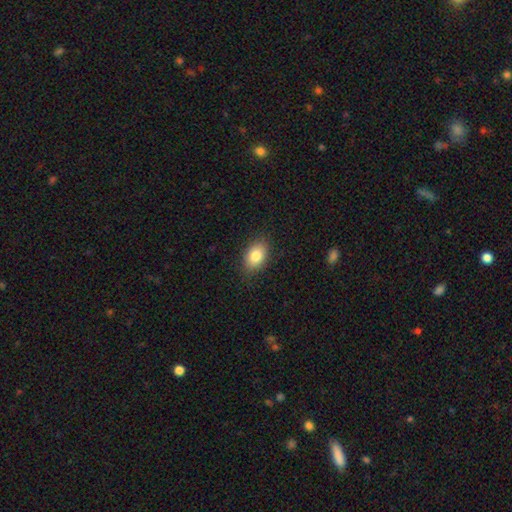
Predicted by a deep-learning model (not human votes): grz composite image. It shows a smooth galaxy with no disk features (83%) that is in between round and cigar-shaped (84%). Merging: none (86%).